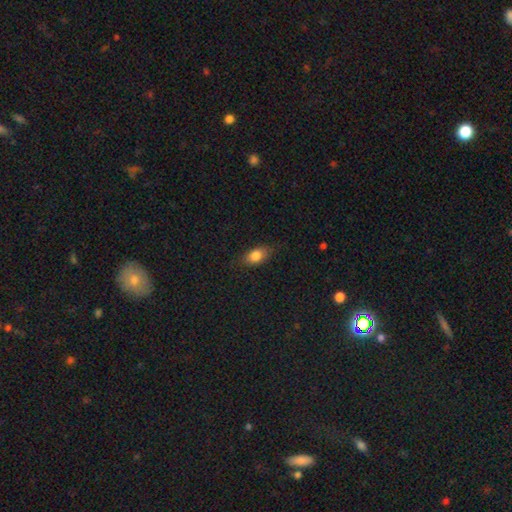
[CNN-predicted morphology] smooth 82%, featured or disk 10%, star or artifact 9%. Down the decision tree: how rounded — in between (82%); merging — none (78%).